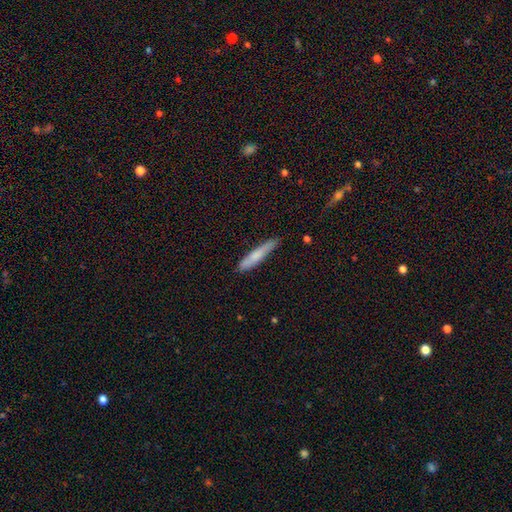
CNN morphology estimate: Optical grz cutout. It shows a smooth galaxy with no disk features (71%) that is cigar-shaped (92%). Merging: none (80%).